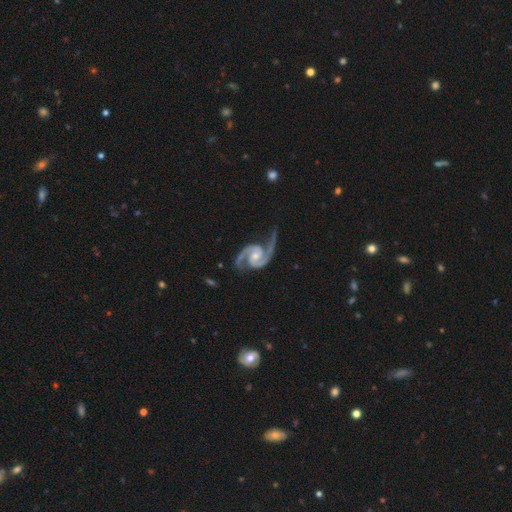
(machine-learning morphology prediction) smooth-or-featured: featured or disk: 95% | star or artifact: 3% | smooth: 2%
  disk-edge-on: no: 98% | yes: 2%
    bar: no: 48% | weak: 39% | strong: 13%
    has-spiral-arms: yes: 99% | no: 1%
      spiral-winding: medium: 62% | tight: 20% | loose: 18%
      spiral-arm-count: 2: 95% | 3: 1% | can't tell: 1% | 1: 1% | 4: 1% | more than 4: 1%
    bulge-size: moderate: 49% | small: 42% | none: 5% | large: 3% | dominant: 1%
  merging: none: 70% | minor disturbance: 18% | major disturbance: 9% | merger: 2%